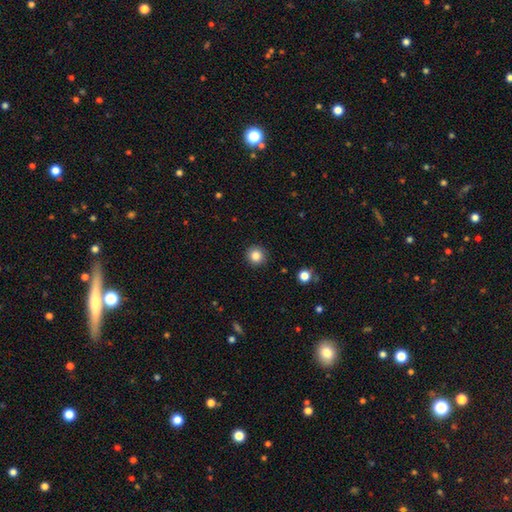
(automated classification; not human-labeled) Smooth or featured? Predicted: smooth (p=0.85). How rounded? Predicted: round (p=0.94). Merging? Predicted: none (p=0.92).